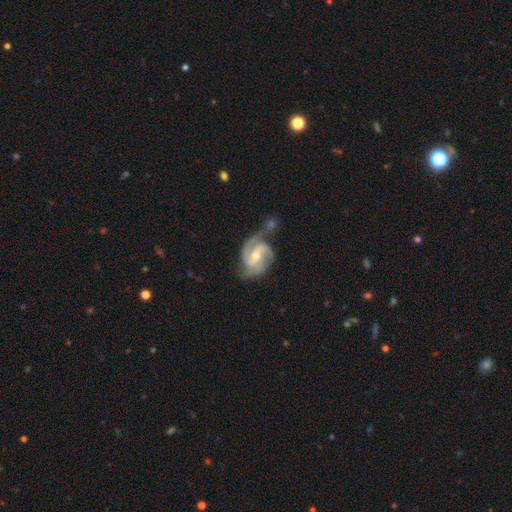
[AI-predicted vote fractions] smooth-or-featured: featured or disk: 90% | smooth: 6% | star or artifact: 5%
  disk-edge-on: no: 98% | yes: 2%
    bar: weak: 49% | strong: 25% | no: 25%
    has-spiral-arms: yes: 98% | no: 2%
      spiral-winding: medium: 52% | tight: 31% | loose: 17%
      spiral-arm-count: 2: 58% | 3: 26% | can't tell: 6% | 1: 4% | 4: 3% | more than 4: 3%
    bulge-size: moderate: 53% | small: 43% | large: 2% | none: 1% | dominant: 1%
  merging: none: 47% | minor disturbance: 23% | merger: 15% | major disturbance: 15%